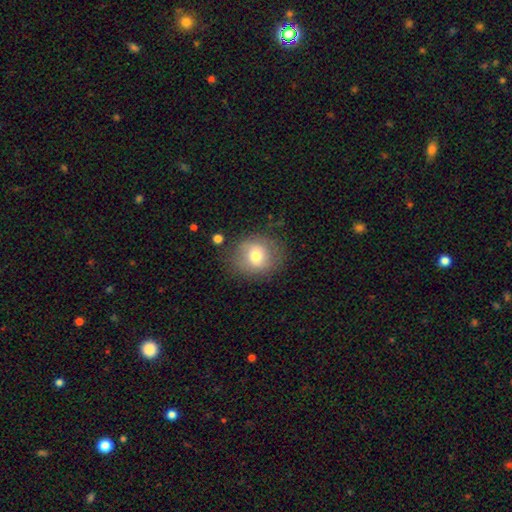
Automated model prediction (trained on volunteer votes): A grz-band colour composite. It shows a smooth galaxy with no disk features (70%) that is round (78%). Merging: none (76%).